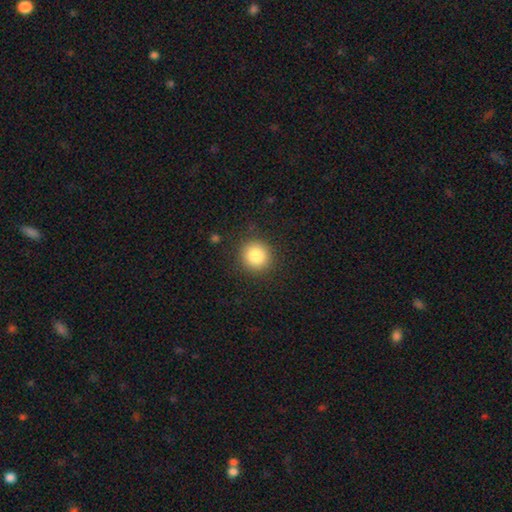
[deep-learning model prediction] Smooth or featured? smooth (84%)
How rounded? round (91%)
Merging? none (89%)